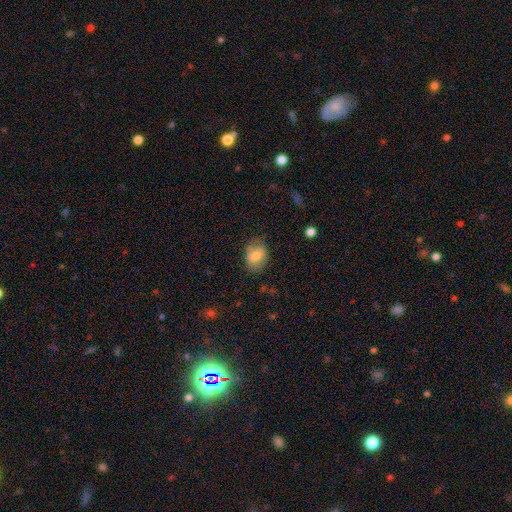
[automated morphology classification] The model was most divided on "how rounded": in between: 67%, round: 31%, cigar-shaped: 1%. More confident: smooth or featured — smooth (74%); merging — none (69%).